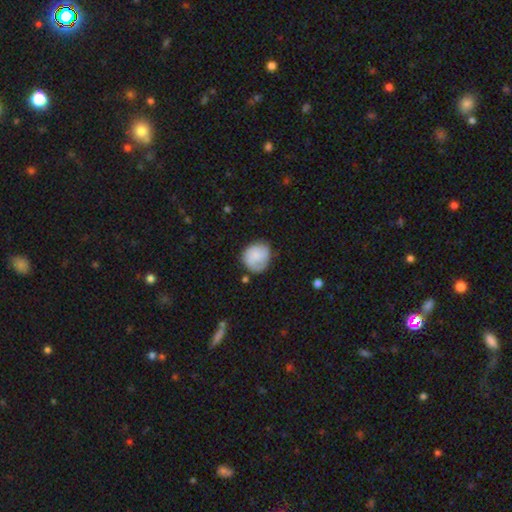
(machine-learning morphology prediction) Smooth or featured? smooth (77%)
How rounded? round (78%)
Merging? none (64%)